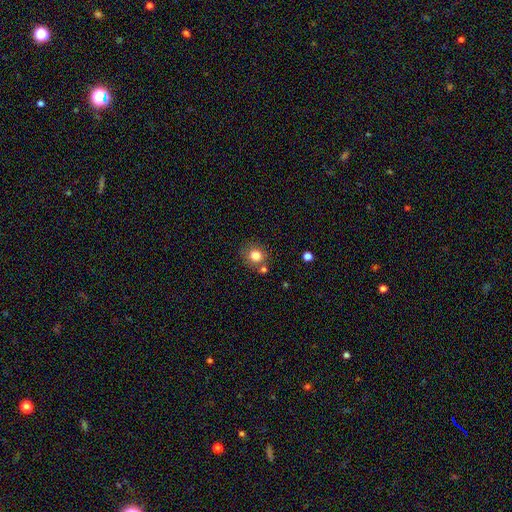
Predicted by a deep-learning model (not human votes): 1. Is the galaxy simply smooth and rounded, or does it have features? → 82% smooth, 11% star or artifact, 7% featured or disk.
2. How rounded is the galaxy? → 81% round, 18% in between, 1% cigar-shaped.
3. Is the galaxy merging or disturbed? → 72% none, 13% minor disturbance, 12% merger, 4% major disturbance.